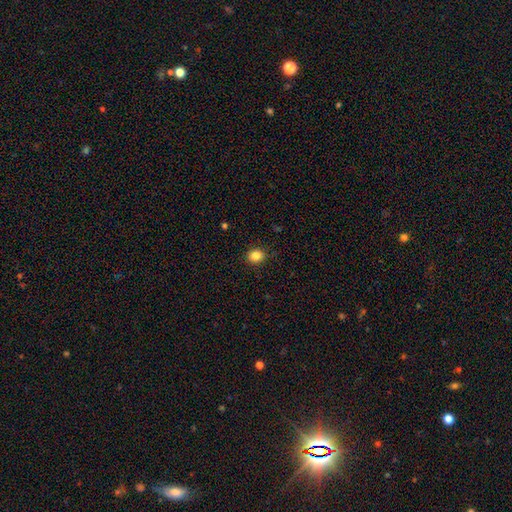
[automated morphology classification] Smooth or featured? Predicted: smooth (p=0.85). How rounded? Predicted: round (p=0.67). Merging? Predicted: none (p=0.89).